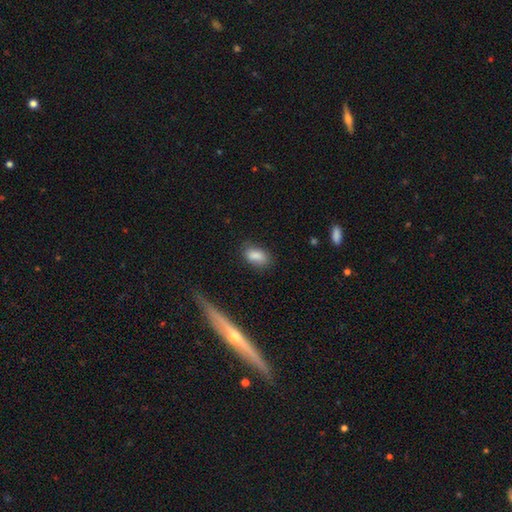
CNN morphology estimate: This appears to be a smooth galaxy with no disk features (86%) that is in between round and cigar-shaped (89%). Merging: none (74%).